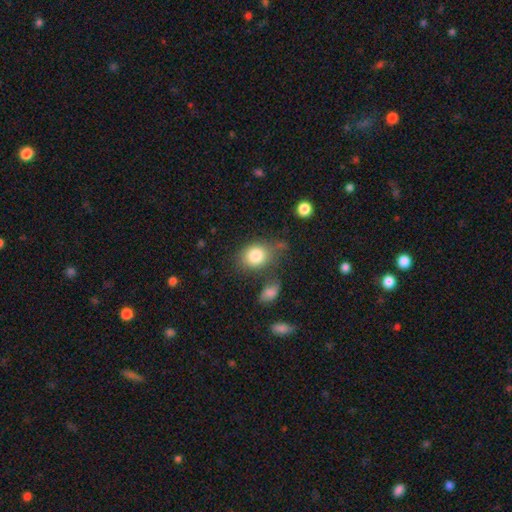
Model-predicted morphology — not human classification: A smooth galaxy with no disk features (82%) that is round (54%). Merging: none (59%).